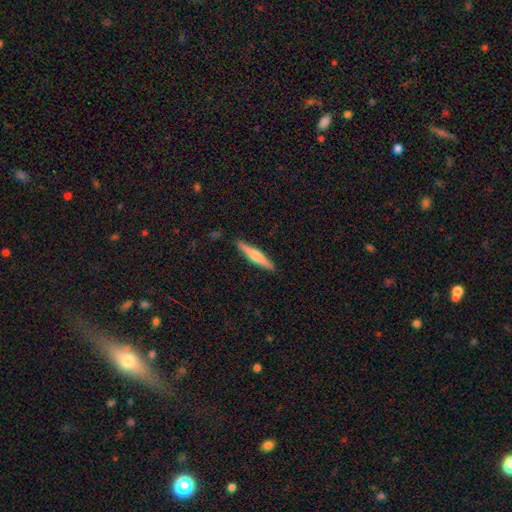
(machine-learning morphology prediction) The model was most divided on "smooth or featured": smooth: 49%, featured or disk: 46%, star or artifact: 6%. More confident: merging — none (90%).